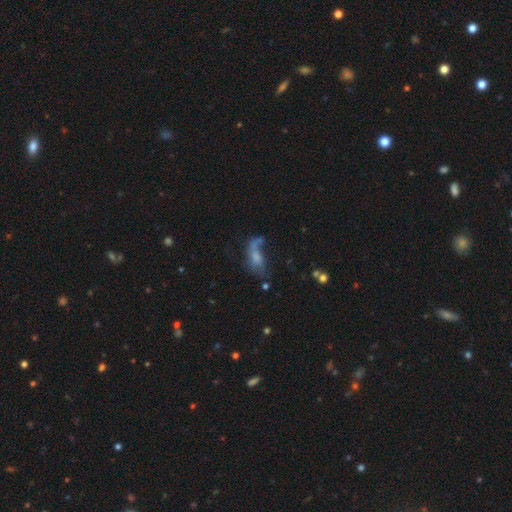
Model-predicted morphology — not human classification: type=smooth (53%); roundness=in between (75%); merging=major disturbance (34%).